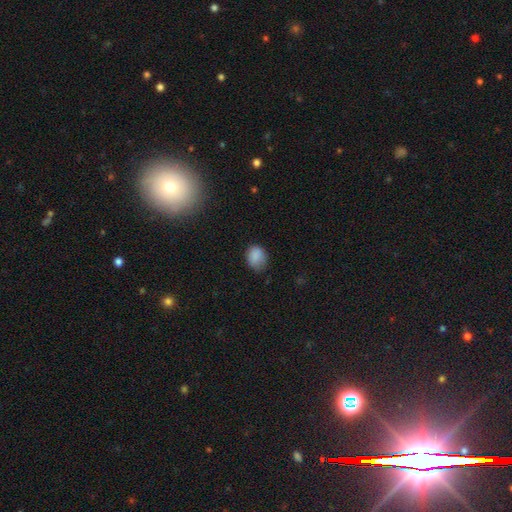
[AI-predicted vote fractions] Smooth or featured? Predicted: smooth (p=0.86). How rounded? Predicted: in between (p=0.53). Merging? Predicted: none (p=0.66).